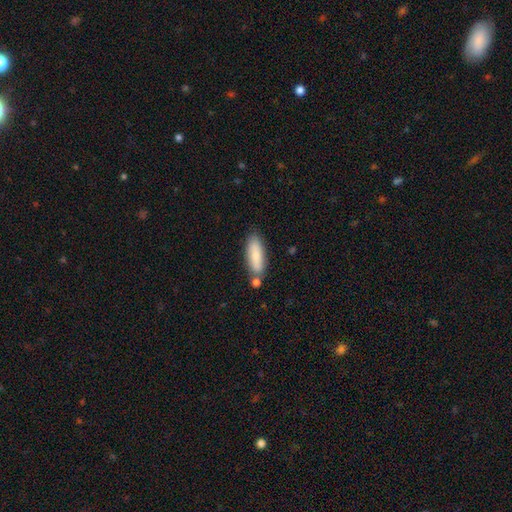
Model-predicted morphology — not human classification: type=smooth (79%); roundness=in between (60%); merging=none (68%).